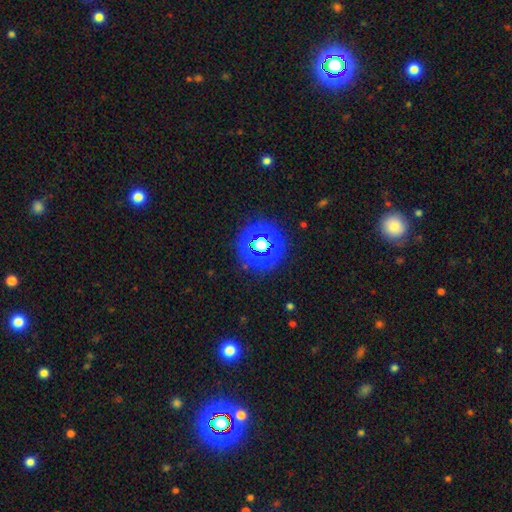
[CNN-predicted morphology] This appears to be a star or artifact, not a galaxy (60%).